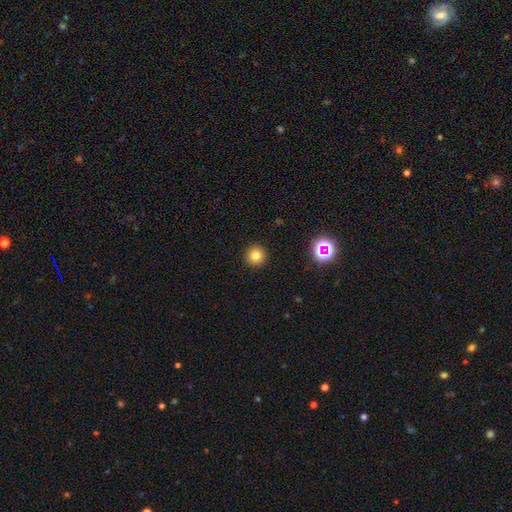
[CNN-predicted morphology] smooth 79%, star or artifact 15%, featured or disk 6%. Down the decision tree: how rounded — round (96%); merging — none (92%).